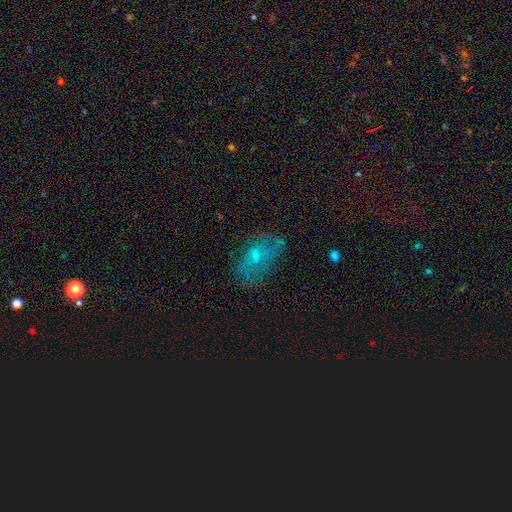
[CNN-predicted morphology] smooth_or_featured: featured or disk (p=0.45) [alt: smooth p=0.44]
merging: none (p=0.58) [alt: minor disturbance p=0.24]